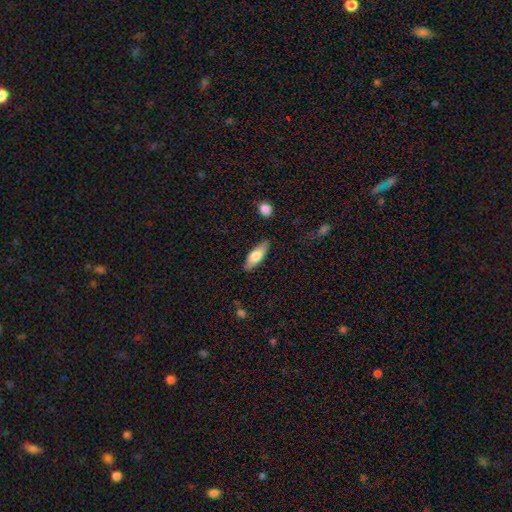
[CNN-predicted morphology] smooth_or_featured: smooth (p=0.74) [alt: featured or disk p=0.20]
how_rounded: in between (p=0.65) [alt: cigar-shaped p=0.33]
merging: none (p=0.84) [alt: minor disturbance p=0.12]